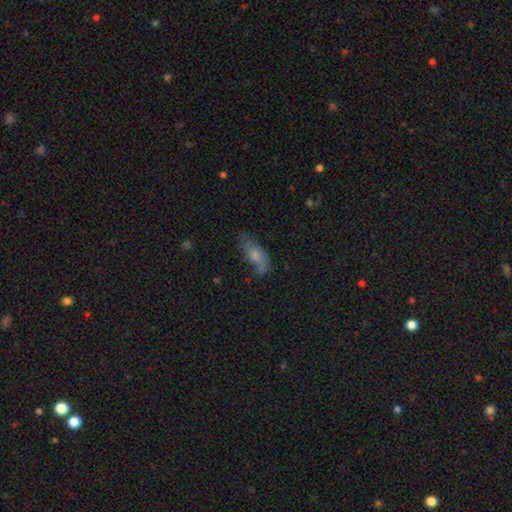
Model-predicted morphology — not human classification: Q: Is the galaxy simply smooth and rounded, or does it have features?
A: smooth — 59%.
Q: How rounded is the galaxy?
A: in between — 71%.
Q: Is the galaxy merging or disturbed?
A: none — 49%.